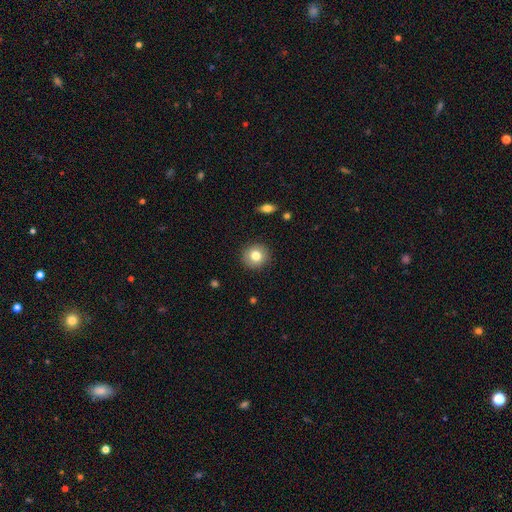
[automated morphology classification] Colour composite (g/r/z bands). It shows a smooth galaxy with no disk features (79%) that is round (89%). Merging: none (90%).